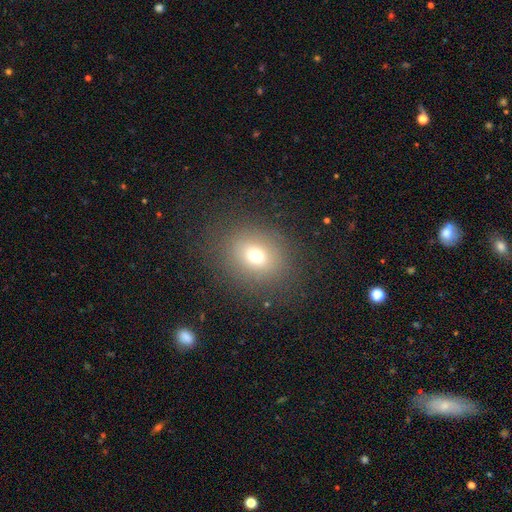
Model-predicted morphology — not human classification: Q: Smooth or featured?
A: smooth (68%); runner-up: star or artifact (17%)
Q: How rounded?
A: round (60%); runner-up: in between (39%)
Q: Merging?
A: none (81%); runner-up: minor disturbance (11%)